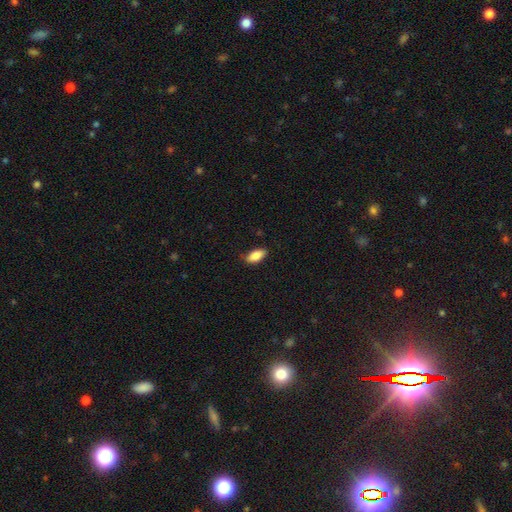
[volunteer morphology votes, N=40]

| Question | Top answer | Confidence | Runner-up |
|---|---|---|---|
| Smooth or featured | smooth | 82% | featured or disk (10%) |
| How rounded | in between | 97% | cigar-shaped (3%) |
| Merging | none | 70% | minor disturbance (27%) |